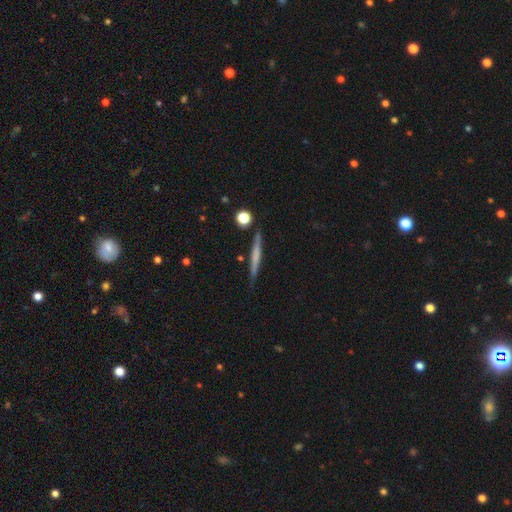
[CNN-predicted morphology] Q: Smooth or featured?
A: smooth (49%); runner-up: featured or disk (44%)
Q: Merging?
A: none (87%); runner-up: minor disturbance (9%)